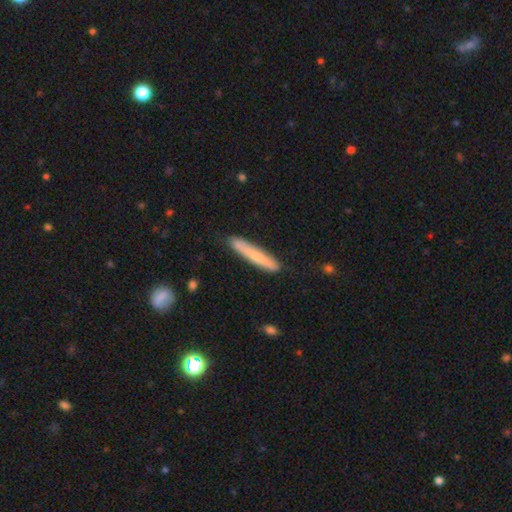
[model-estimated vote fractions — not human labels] Smooth or featured? smooth (65%)
How rounded? cigar-shaped (94%)
Merging? none (86%)